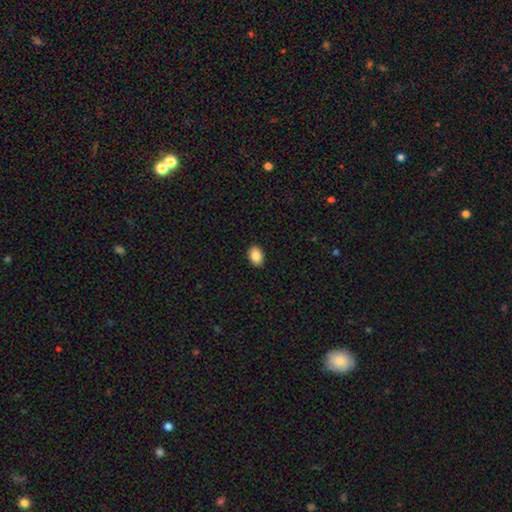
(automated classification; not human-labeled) Overall: smooth (86%). How rounded: in between (81%). Merging: none (90%).